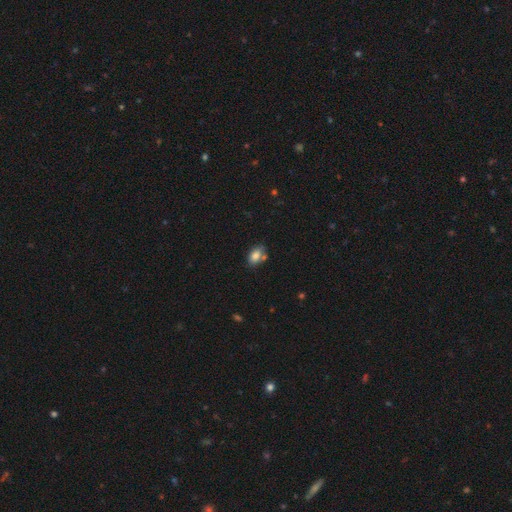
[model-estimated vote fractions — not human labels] Q: Smooth or featured?
A: smooth (81%); runner-up: featured or disk (10%)
Q: How rounded?
A: in between (84%); runner-up: round (14%)
Q: Merging?
A: none (59%); runner-up: minor disturbance (19%)